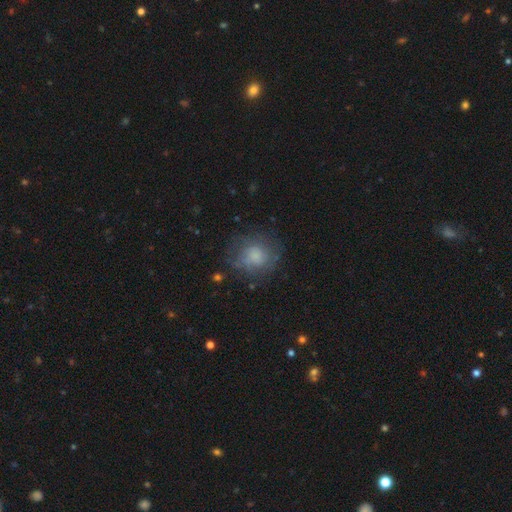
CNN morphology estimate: smooth_or_featured: smooth (p=0.65) [alt: featured or disk p=0.24]
how_rounded: round (p=0.81) [alt: in between p=0.18]
merging: none (p=0.64) [alt: minor disturbance p=0.21]